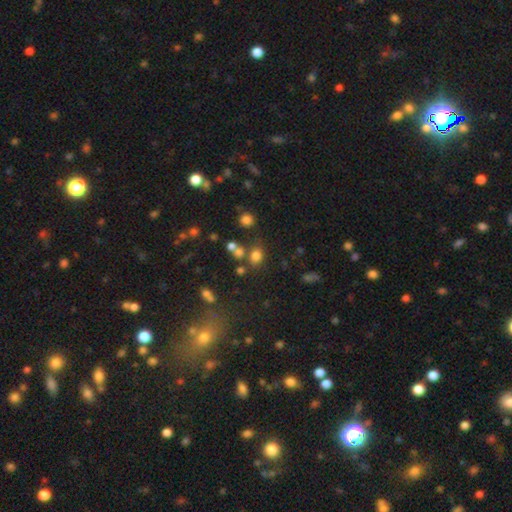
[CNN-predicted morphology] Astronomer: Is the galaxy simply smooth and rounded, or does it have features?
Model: smooth — 74%.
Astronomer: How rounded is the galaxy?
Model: round — 51% (runner-up: in between, 48%).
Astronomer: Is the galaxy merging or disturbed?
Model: none — 68%.